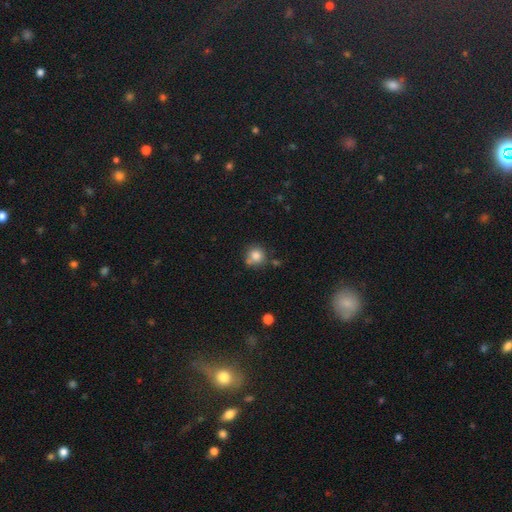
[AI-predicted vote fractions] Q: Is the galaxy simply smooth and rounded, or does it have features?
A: smooth — 82%.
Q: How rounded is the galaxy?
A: round — 89%.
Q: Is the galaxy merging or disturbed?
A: none — 65%.